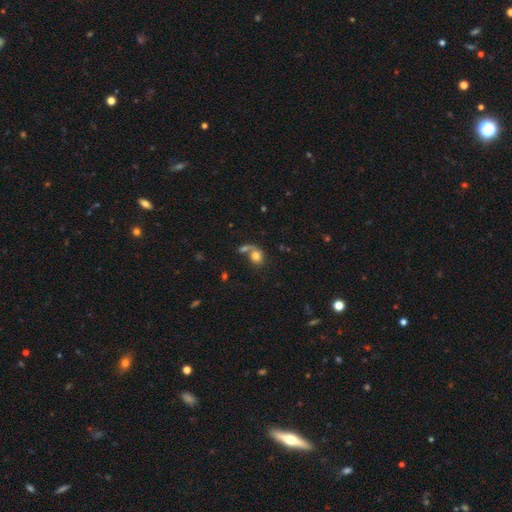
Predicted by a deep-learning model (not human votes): Smooth or featured? Predicted: smooth (p=0.74). How rounded? Predicted: round (p=0.54). Merging? Predicted: merger (p=0.39).